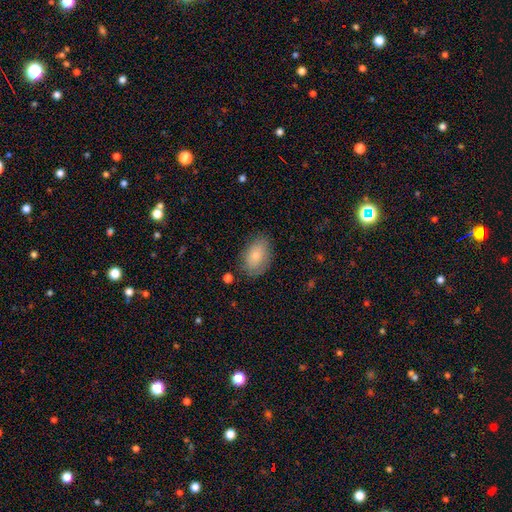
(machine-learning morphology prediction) Smooth or featured: smooth — 80% (featured or disk — 13%)
How rounded: in between — 89% (round — 10%)
Merging: none — 78% (minor disturbance — 16%)